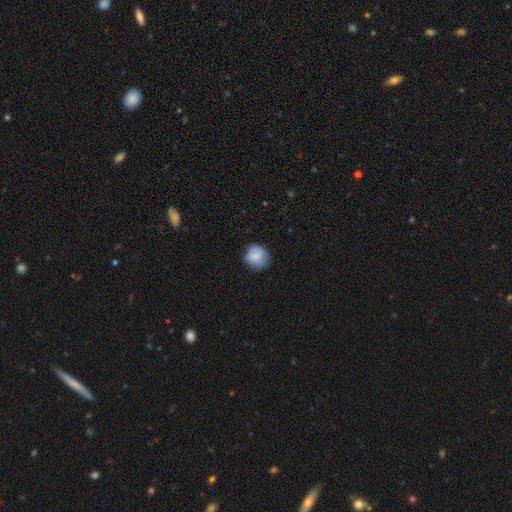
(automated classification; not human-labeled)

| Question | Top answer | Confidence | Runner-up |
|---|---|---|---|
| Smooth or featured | smooth | 81% | featured or disk (12%) |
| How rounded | round | 87% | in between (13%) |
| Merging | none | 76% | minor disturbance (19%) |